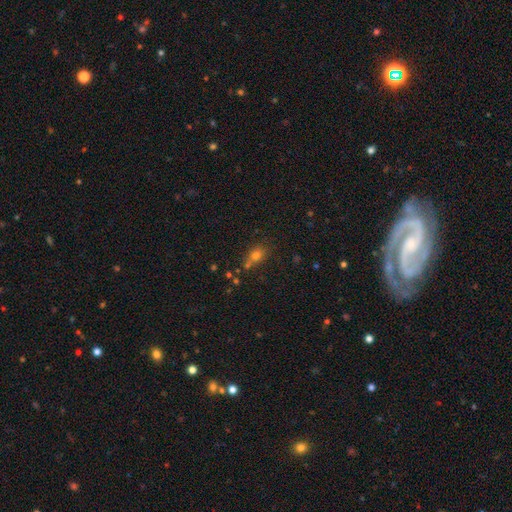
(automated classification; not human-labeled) Overall: smooth (65%). How rounded: round (49%; in between 46%). Merging: none (56%; minor disturbance 19%).